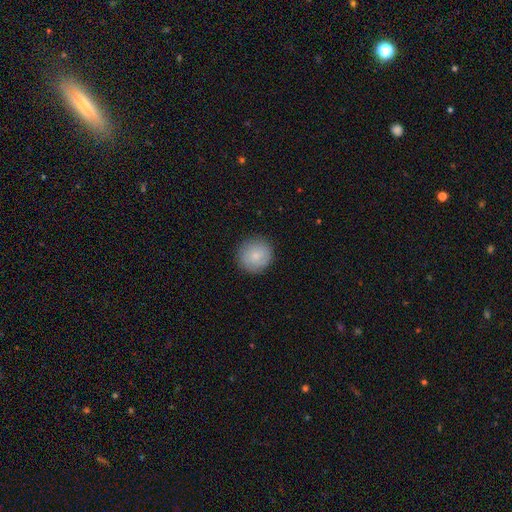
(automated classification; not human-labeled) The model was most divided on "smooth or featured": smooth: 70%, featured or disk: 23%, star or artifact: 7%. More confident: how rounded — round (93%); merging — none (87%).